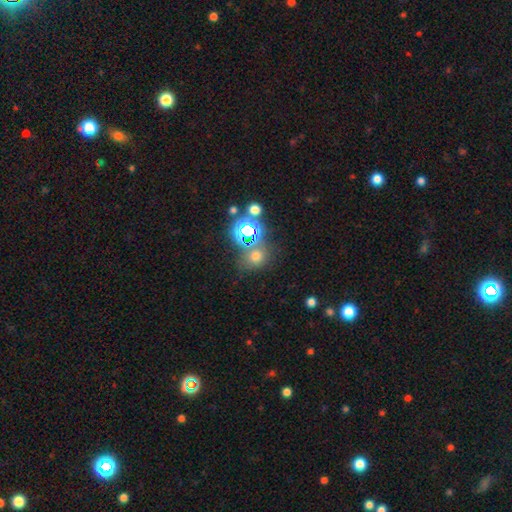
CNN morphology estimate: smooth_or_featured: smooth (p=0.58) [alt: star or artifact p=0.33]
how_rounded: round (p=0.78) [alt: in between p=0.21]
merging: none (p=0.65) [alt: merger p=0.17]